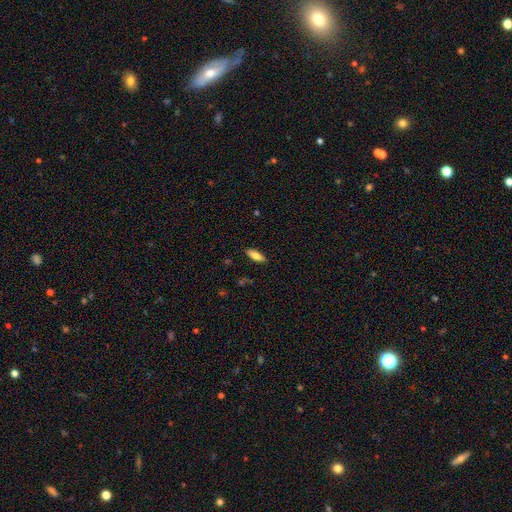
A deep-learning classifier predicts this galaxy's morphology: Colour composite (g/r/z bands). It shows a smooth galaxy with no disk features (76%) that is in between round and cigar-shaped (66%). Merging: none (87%).